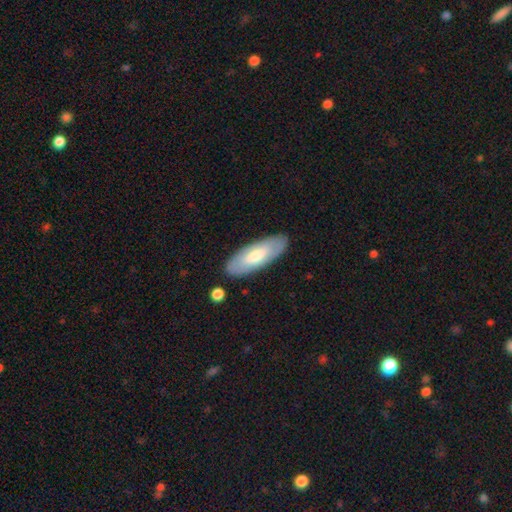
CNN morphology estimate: This is likely a smooth galaxy (60%). How rounded: likely in between (71%). Merging: clearly none (86%).